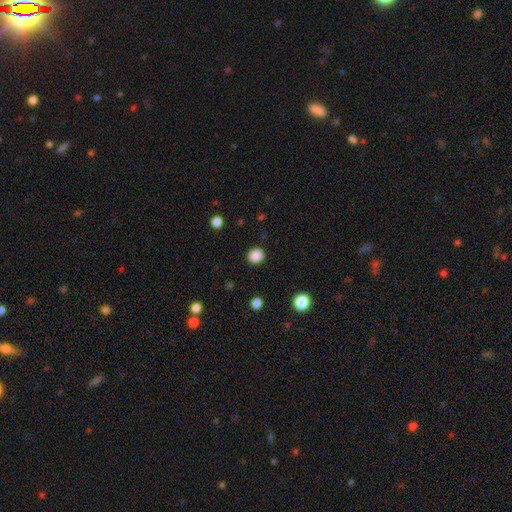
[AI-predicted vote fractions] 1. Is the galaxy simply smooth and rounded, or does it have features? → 87% smooth, 11% star or artifact, 3% featured or disk.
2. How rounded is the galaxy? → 91% round, 9% in between, 1% cigar-shaped.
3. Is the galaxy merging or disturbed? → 91% none, 5% minor disturbance, 2% major disturbance, 1% merger.